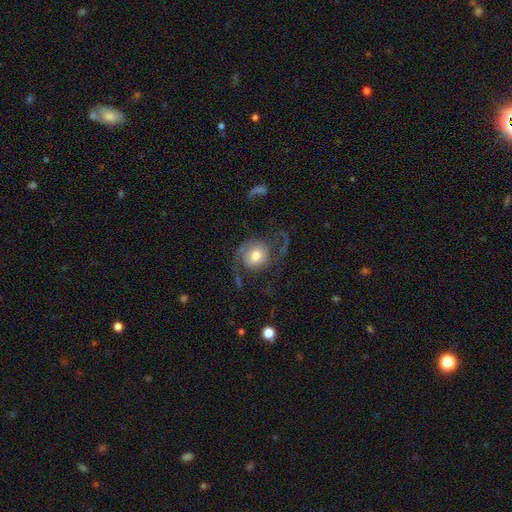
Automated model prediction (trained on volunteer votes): The model was most divided on "spiral winding": loose: 53%, medium: 35%, tight: 12%. More confident: edge-on disk — no (97%); spiral arms — yes (91%); spiral arm count — 2 (74%); smooth or featured — featured or disk (72%); bar — no (70%); bulge size — moderate (61%); merging — none (54%).